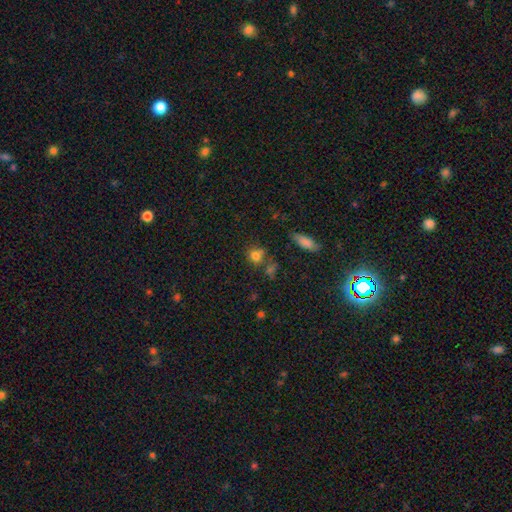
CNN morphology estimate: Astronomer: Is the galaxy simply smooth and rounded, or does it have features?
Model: smooth — 77%.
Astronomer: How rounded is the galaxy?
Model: round — 76%.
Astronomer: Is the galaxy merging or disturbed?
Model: none — 64%.